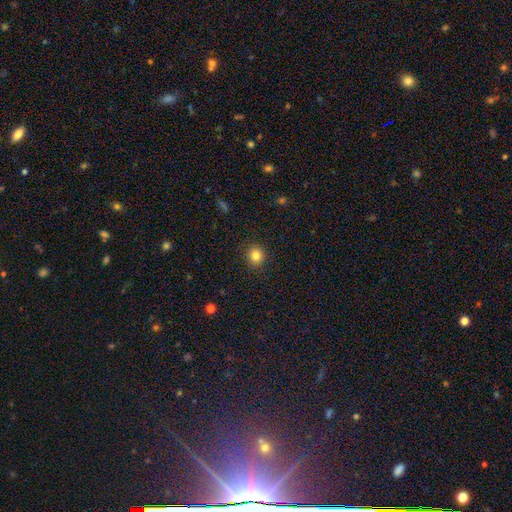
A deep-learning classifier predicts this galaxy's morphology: Overall: smooth (83%). How rounded: round (88%). Merging: none (91%).